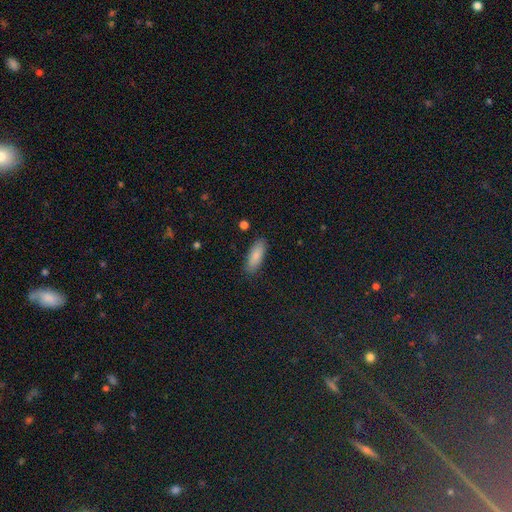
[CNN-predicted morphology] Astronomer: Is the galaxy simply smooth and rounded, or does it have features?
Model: smooth — 84%.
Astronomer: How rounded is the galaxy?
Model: in between — 70%.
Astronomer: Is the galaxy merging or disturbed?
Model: none — 87%.